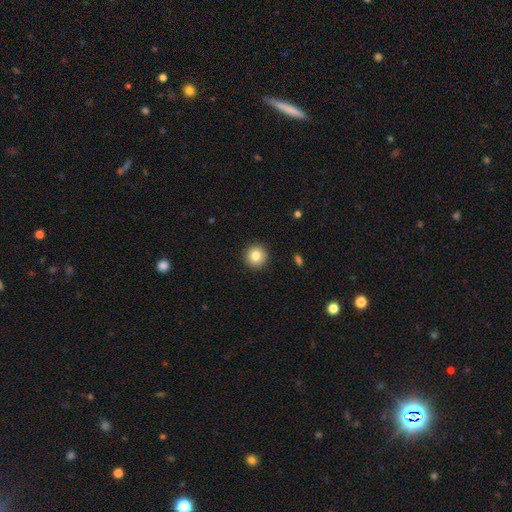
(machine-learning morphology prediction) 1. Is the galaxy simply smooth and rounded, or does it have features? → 82% smooth, 10% star or artifact, 8% featured or disk.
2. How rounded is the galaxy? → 95% round, 4% in between, 1% cigar-shaped.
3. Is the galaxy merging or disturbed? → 92% none, 5% minor disturbance, 2% major disturbance, 1% merger.